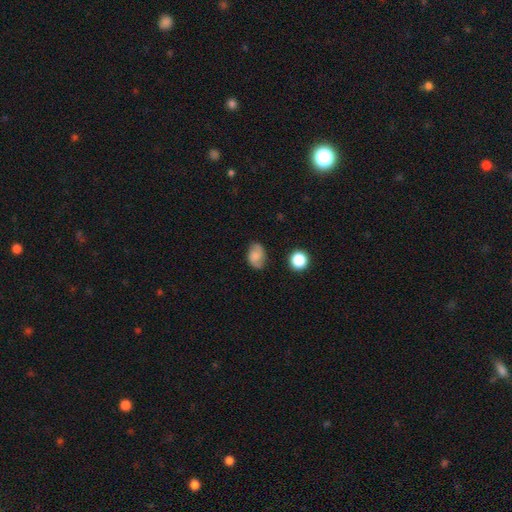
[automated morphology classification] Overall: smooth (63%; featured or disk 27%). How rounded: in between (79%). Merging: none (69%).